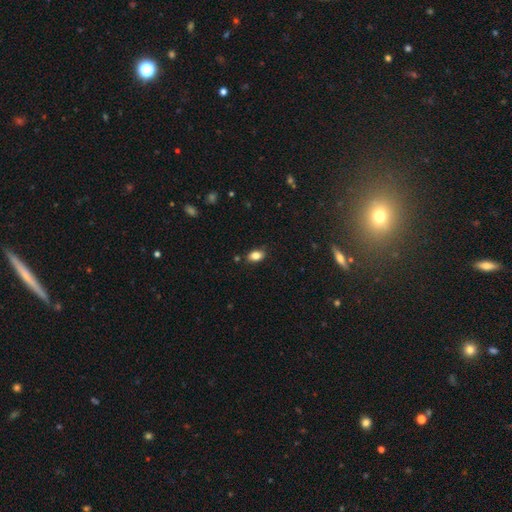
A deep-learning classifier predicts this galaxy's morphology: smooth_or_featured: smooth (p=0.84) [alt: star or artifact p=0.09]
how_rounded: in between (p=0.87) [alt: round p=0.11]
merging: none (p=0.84) [alt: minor disturbance p=0.12]